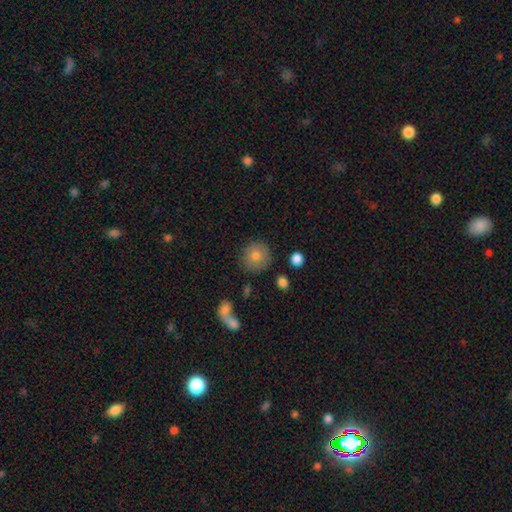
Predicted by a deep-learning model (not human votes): Smooth or featured? Predicted: smooth (p=0.76). How rounded? Predicted: round (p=0.92). Merging? Predicted: none (p=0.84).